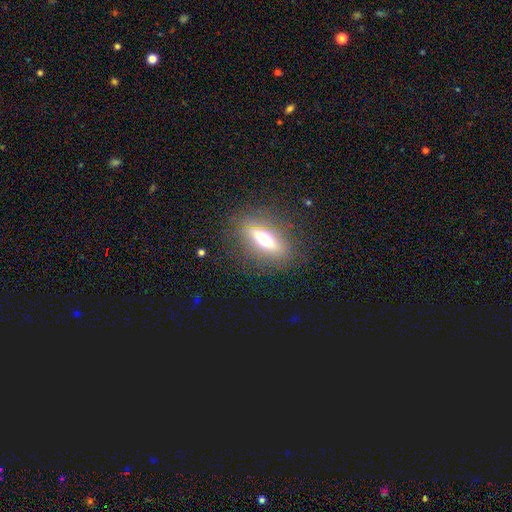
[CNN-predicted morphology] Smooth or featured? Predicted: featured or disk (p=0.47). Merging? Predicted: none (p=0.88).